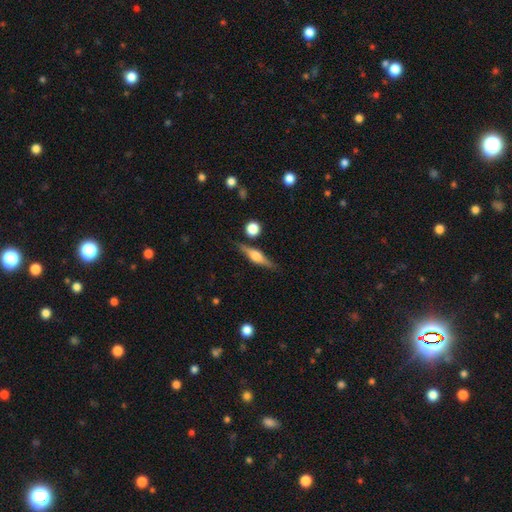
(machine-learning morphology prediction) A featured or disk galaxy (68%) viewed edge-on (96%) with a rounded central bulge (84%). Merging: none (84%).